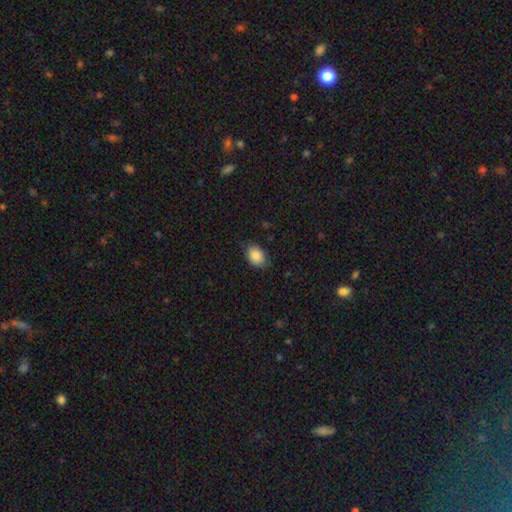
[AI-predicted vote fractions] Overall: smooth (86%). How rounded: in between (74%). Merging: none (74%).